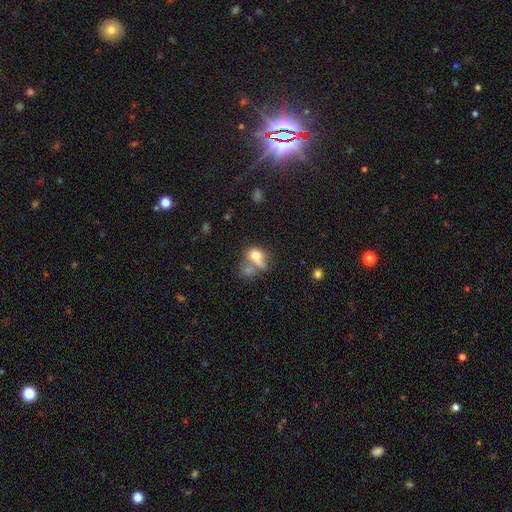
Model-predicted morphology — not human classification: smooth_or_featured: smooth (p=0.69) [alt: featured or disk p=0.19]
how_rounded: in between (p=0.52) [alt: round p=0.44]
merging: merger (p=0.42) [alt: none p=0.28]